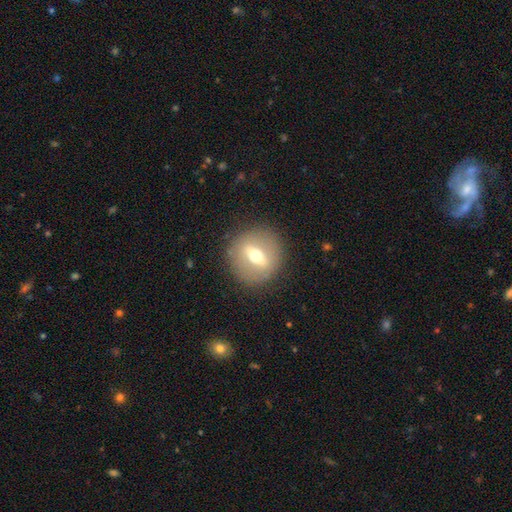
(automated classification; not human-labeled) This is possibly a featured or disk galaxy (53%). It is likely not viewed edge-on (72%). Merging: clearly none (87%).